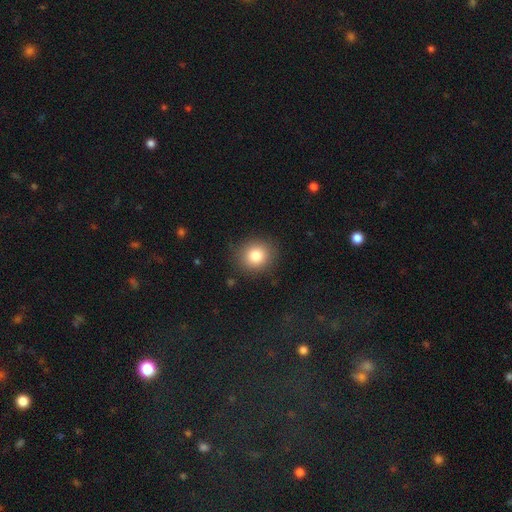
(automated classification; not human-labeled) smooth-or-featured: smooth: 82% | star or artifact: 10% | featured or disk: 7%
  how-rounded: round: 82% | in between: 17% | cigar-shaped: 1%
  merging: none: 88% | minor disturbance: 8% | major disturbance: 3% | merger: 1%